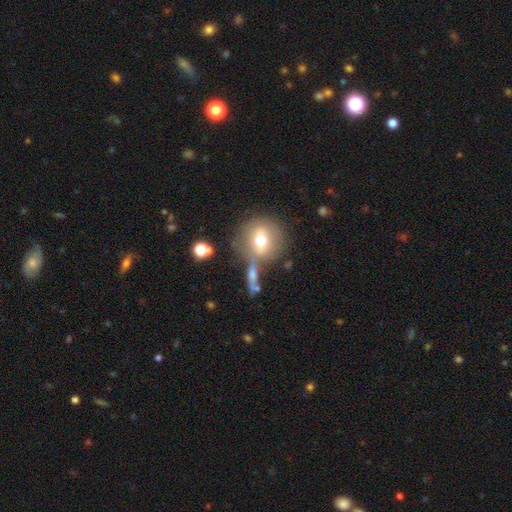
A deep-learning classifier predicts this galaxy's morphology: type=smooth (56%); roundness=round (84%); merging=none (64%).